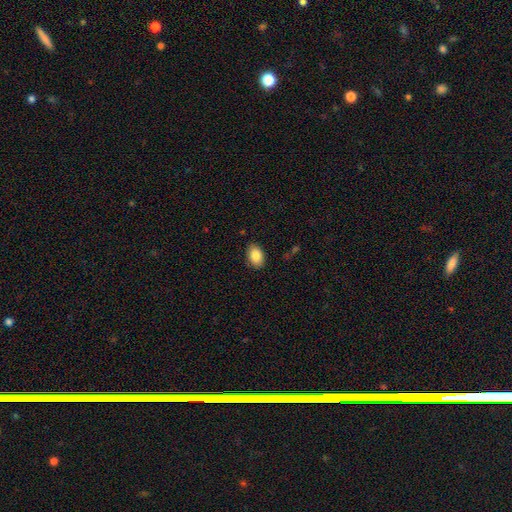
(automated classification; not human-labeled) Smooth or featured? smooth (86%)
How rounded? in between (86%)
Merging? none (87%)